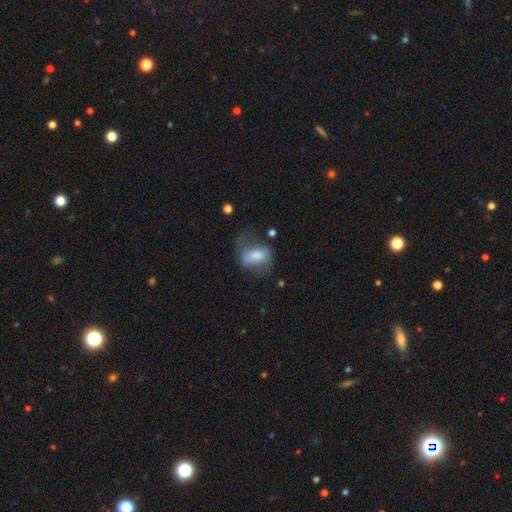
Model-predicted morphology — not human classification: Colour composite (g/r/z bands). It shows a smooth galaxy with no disk features (53%) that is in between round and cigar-shaped (81%). Merging: major disturbance (37%).